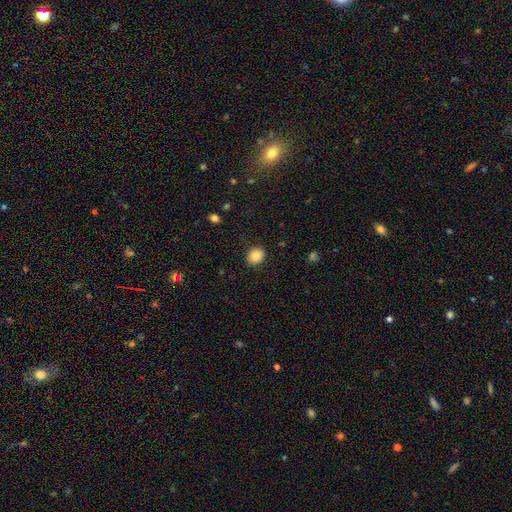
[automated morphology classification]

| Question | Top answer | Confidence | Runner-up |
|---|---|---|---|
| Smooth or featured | smooth | 86% | star or artifact (9%) |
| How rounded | round | 62% | in between (37%) |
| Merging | none | 87% | minor disturbance (9%) |